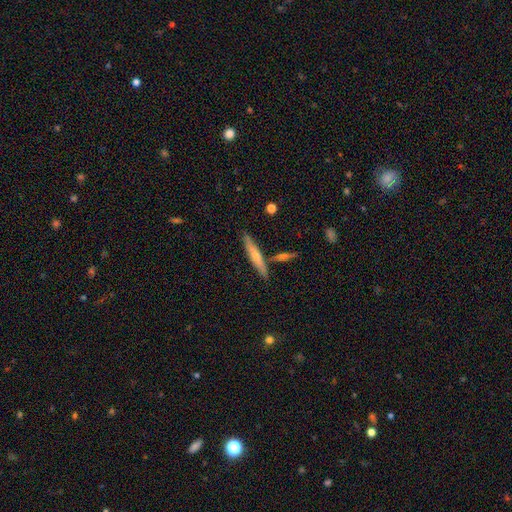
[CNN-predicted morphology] smooth-or-featured: smooth: 52% | featured or disk: 42% | star or artifact: 6%
  how-rounded: cigar-shaped: 90% | in between: 9% | round: 2%
  merging: none: 78% | minor disturbance: 10% | merger: 10% | major disturbance: 2%